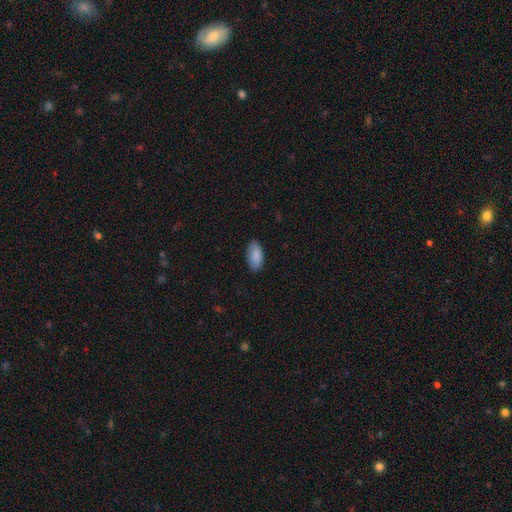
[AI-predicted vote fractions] Smooth or featured?
  - smooth: 89% *
  - star or artifact: 6%
  - featured or disk: 5%
How rounded?
  - in between: 92% *
  - cigar-shaped: 6%
  - round: 2%
Merging?
  - none: 87% *
  - minor disturbance: 10%
  - major disturbance: 2%
  - merger: 1%